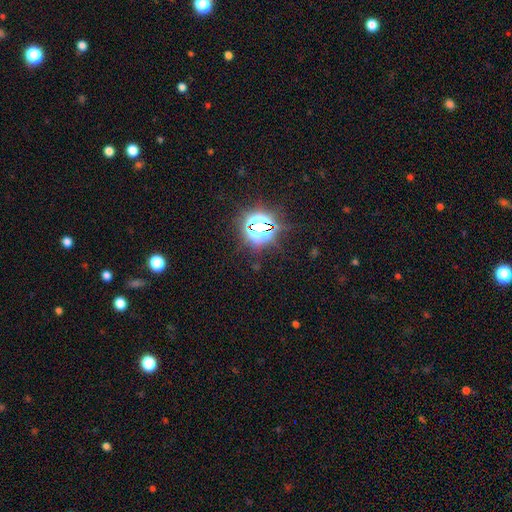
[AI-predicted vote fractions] Smooth or featured: star or artifact — 82% (smooth — 11%)